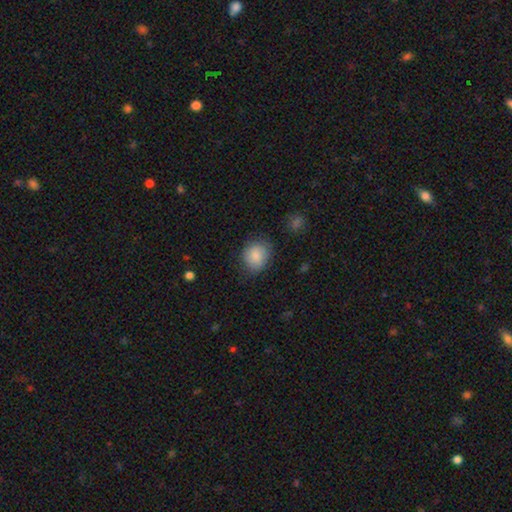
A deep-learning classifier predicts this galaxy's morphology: The model was most divided on "how rounded": round: 68%, in between: 31%, cigar-shaped: 1%. More confident: smooth or featured — smooth (85%); merging — none (76%).